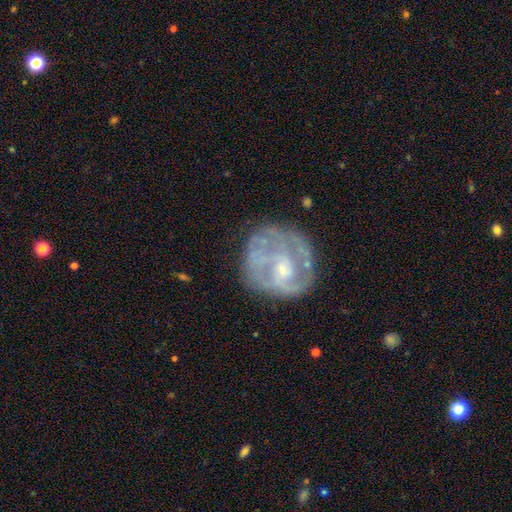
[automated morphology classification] Smooth or featured?
  - featured or disk: 69% *
  - smooth: 22%
  - star or artifact: 9%
Edge-on disk?
  - no: 97% *
  - yes: 3%
Bar?
  - no: 65% *
  - weak: 28%
  - strong: 7%
Spiral arms?
  - yes: 61% *
  - no: 39%
Bulge size?
  - small: 49% *
  - moderate: 39%
  - none: 8%
  - large: 3%
  - dominant: 1%
Merging?
  - none: 63% *
  - minor disturbance: 20%
  - major disturbance: 14%
  - merger: 2%